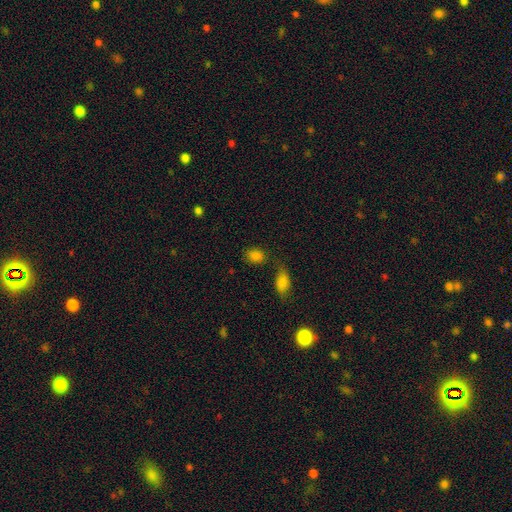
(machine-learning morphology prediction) Smooth or featured? smooth (82%)
How rounded? in between (67%)
Merging? none (63%)